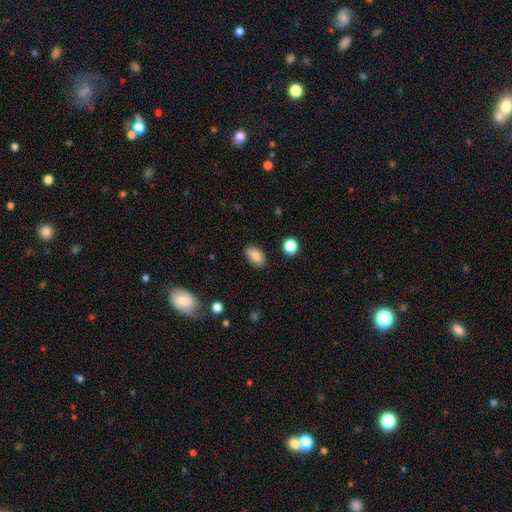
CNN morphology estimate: smooth 80%, featured or disk 11%, star or artifact 9%. Down the decision tree: how rounded — in between (89%); merging — none (82%).